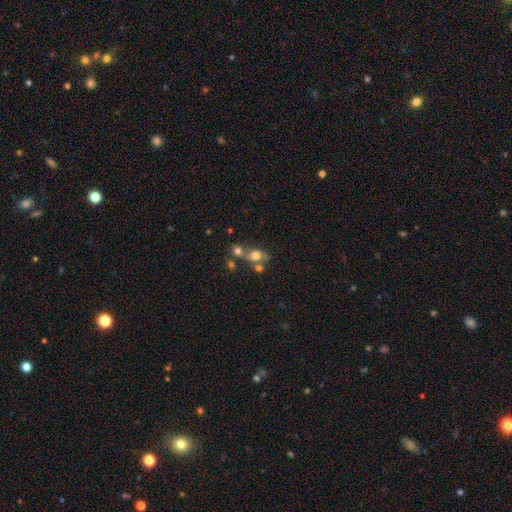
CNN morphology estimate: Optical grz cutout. It shows a smooth galaxy with no disk features (65%) that is round (49%). Merging: none (40%).